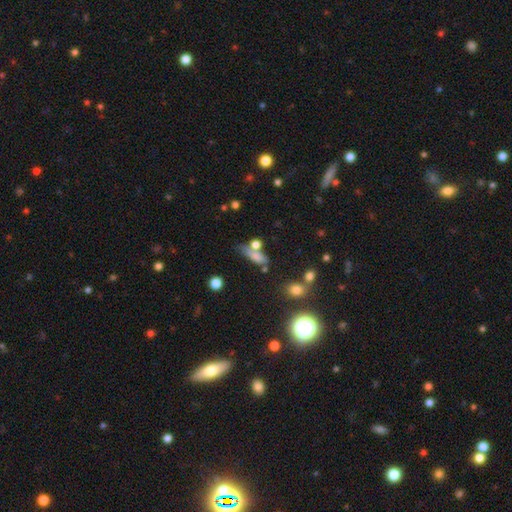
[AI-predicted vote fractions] Smooth or featured: smooth — 68% (featured or disk — 19%)
How rounded: in between — 49% (cigar-shaped — 43%)
Merging: none — 44% (merger — 27%)